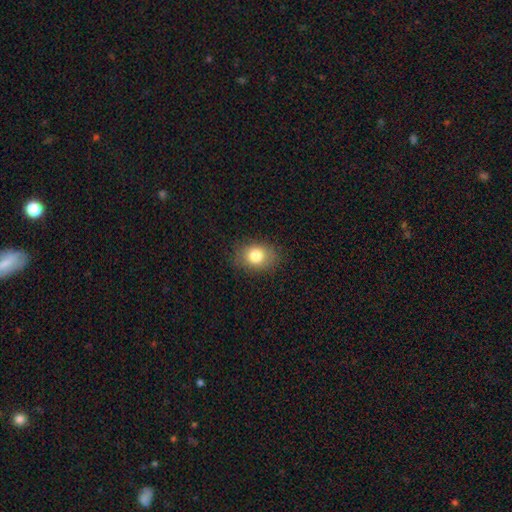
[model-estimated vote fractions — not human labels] Morphology: type=smooth (81%); roundness=in between (60%); merging=none (82%).